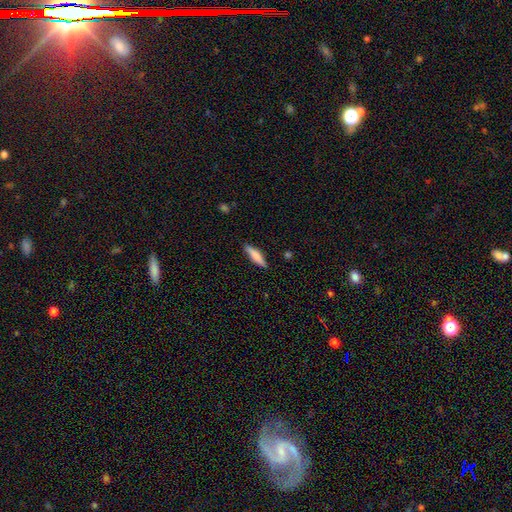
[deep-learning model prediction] A smooth galaxy with no disk features (75%) that is cigar-shaped (76%).

Vote fractions:
- Smooth or featured? smooth: 75% / featured or disk: 19% / star or artifact: 6%
- How rounded? cigar-shaped: 76% / in between: 23% / round: 2%
- Merging? none: 87% / minor disturbance: 9% / major disturbance: 2% / merger: 1%